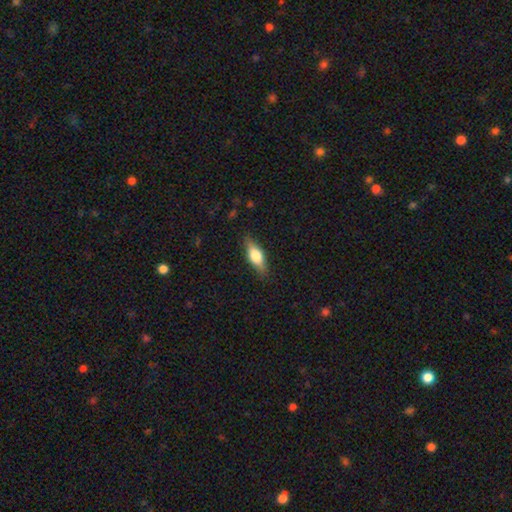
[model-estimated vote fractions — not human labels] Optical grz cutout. It shows a smooth galaxy with no disk features (59%) that is in between round and cigar-shaped (62%). Merging: none (85%).